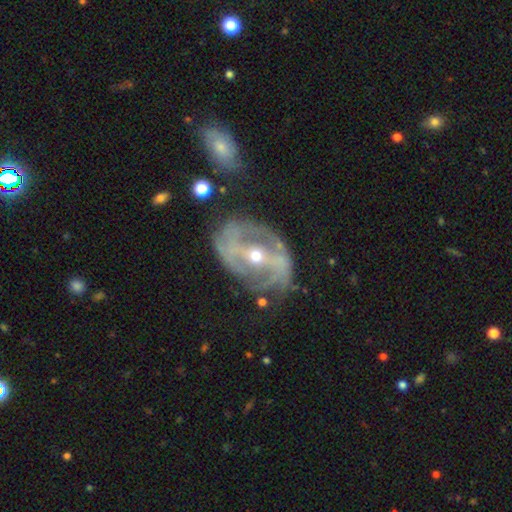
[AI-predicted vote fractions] featured or disk 85%, smooth 8%, star or artifact 7%. Down the decision tree: edge-on disk — no (94%); bar — strong (64%); spiral arms — yes (74%); spiral arm count — 2 (64%); spiral winding — medium (39%); bulge size — small (50%); merging — none (60%).